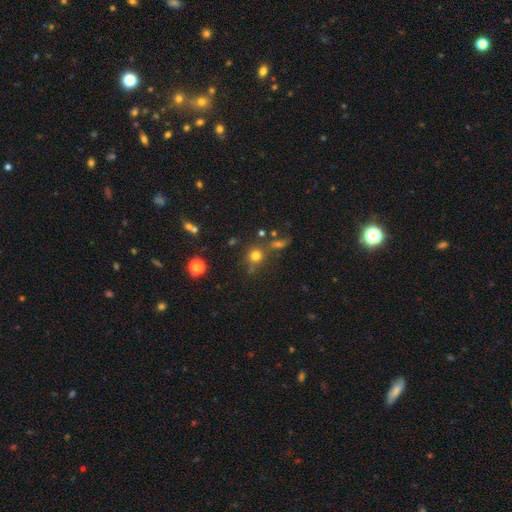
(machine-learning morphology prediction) Smooth or featured: smooth — 73% (star or artifact — 18%)
How rounded: round — 88% (in between — 11%)
Merging: none — 66% (merger — 15%)